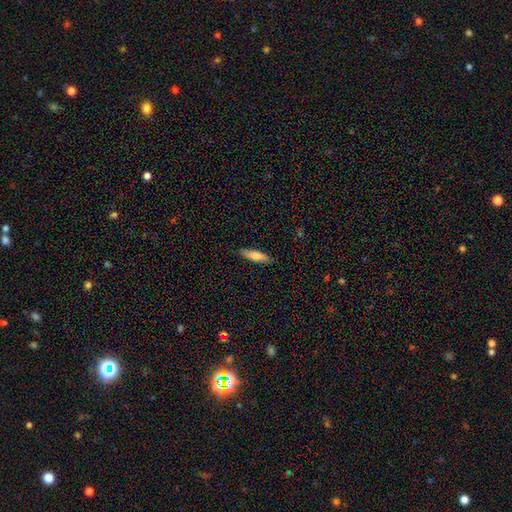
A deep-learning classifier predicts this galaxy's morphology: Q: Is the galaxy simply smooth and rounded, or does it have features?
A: smooth — 74%.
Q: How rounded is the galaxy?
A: cigar-shaped — 62%.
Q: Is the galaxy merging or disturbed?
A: none — 87%.